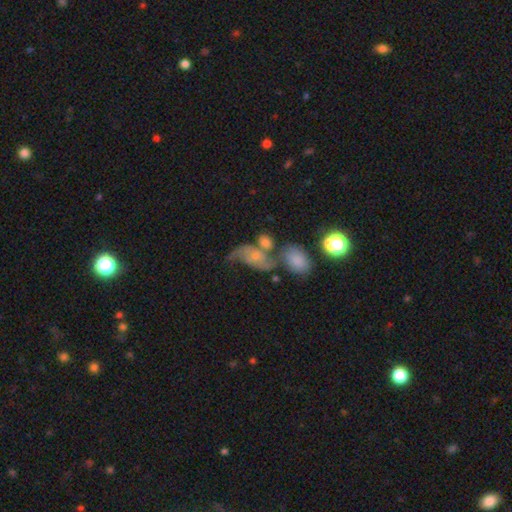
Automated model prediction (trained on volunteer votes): Smooth or featured? Predicted: featured or disk (p=0.58). Edge-on disk? Predicted: no (p=0.95). Bar? Predicted: no (p=0.69). Spiral arms? Predicted: yes (p=0.82). Bulge size? Predicted: small (p=0.58). Merging? Predicted: merger (p=0.35).